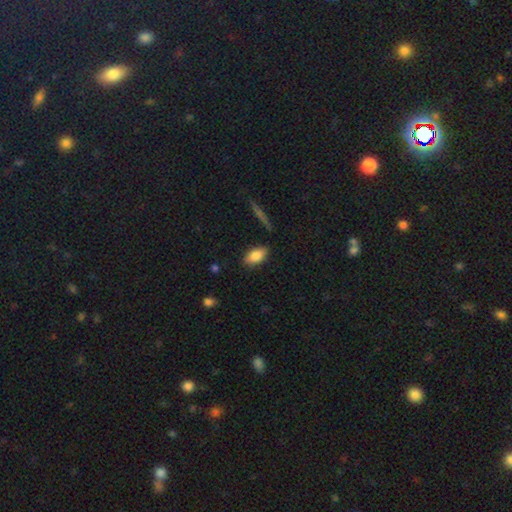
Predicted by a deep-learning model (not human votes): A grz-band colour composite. It shows a smooth galaxy with no disk features (83%) that is in between round and cigar-shaped (89%). Merging: none (82%).